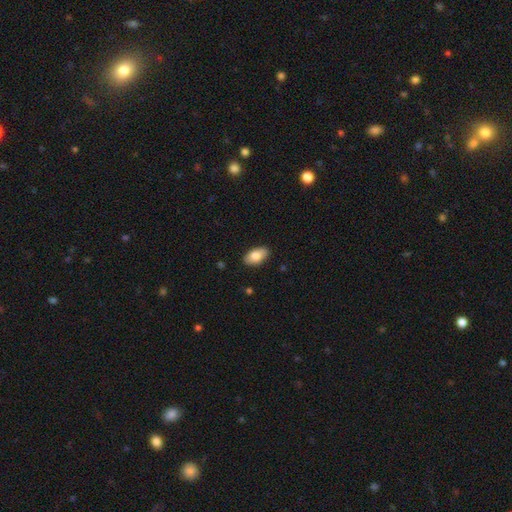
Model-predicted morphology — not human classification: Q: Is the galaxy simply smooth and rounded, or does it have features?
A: smooth — 79%.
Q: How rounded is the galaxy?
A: in between — 93%.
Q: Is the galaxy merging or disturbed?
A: none — 87%.